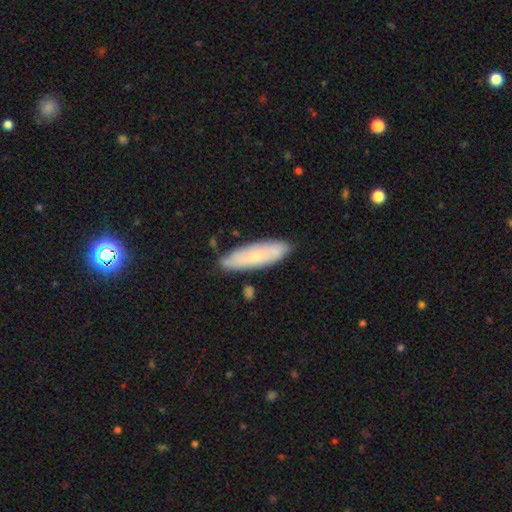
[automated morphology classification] type=smooth (62%); roundness=cigar-shaped (54%); merging=none (82%).